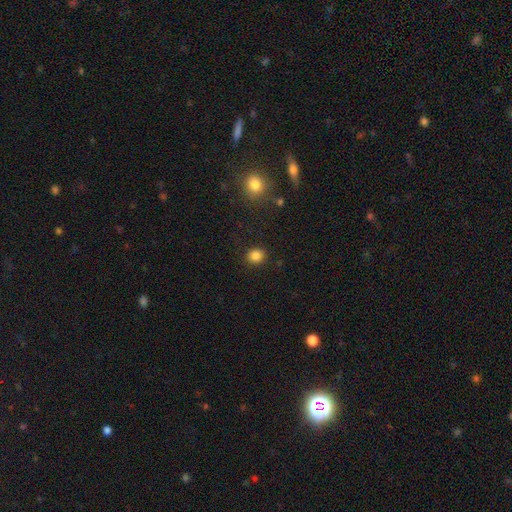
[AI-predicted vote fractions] smooth_or_featured: smooth (p=0.85) [alt: star or artifact p=0.11]
how_rounded: round (p=0.82) [alt: in between p=0.17]
merging: none (p=0.90) [alt: minor disturbance p=0.06]